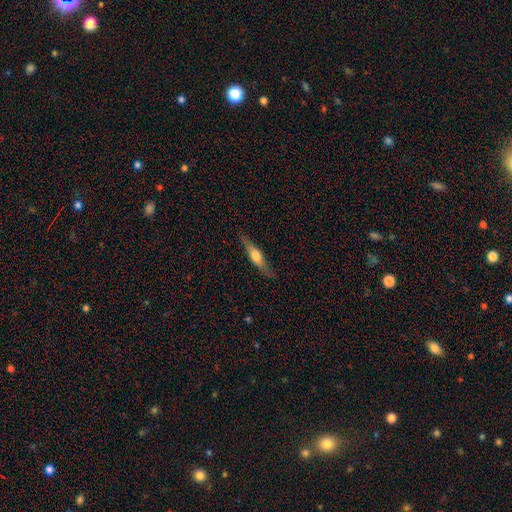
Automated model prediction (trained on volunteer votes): smooth-or-featured: featured or disk: 55% | smooth: 39% | star or artifact: 6%
  disk-edge-on: yes: 89% | no: 11%
  merging: none: 83% | minor disturbance: 13% | major disturbance: 3% | merger: 1%